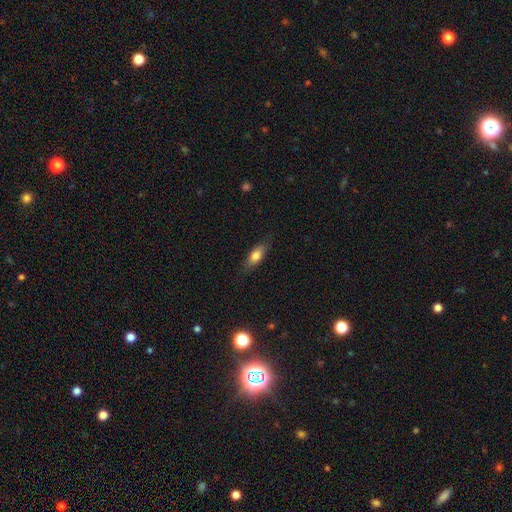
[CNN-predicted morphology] The model was most divided on "how rounded": in between: 73%, cigar-shaped: 23%, round: 4%. More confident: merging — none (80%); smooth or featured — smooth (74%).